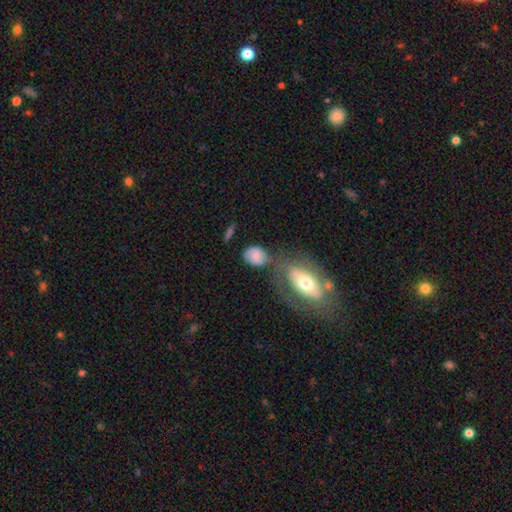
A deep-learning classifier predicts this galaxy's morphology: smooth 75%, featured or disk 17%, star or artifact 8%. Down the decision tree: how rounded — in between (60%); merging — none (46%).